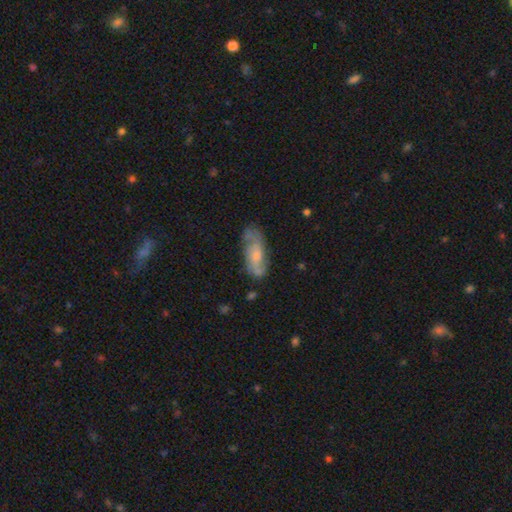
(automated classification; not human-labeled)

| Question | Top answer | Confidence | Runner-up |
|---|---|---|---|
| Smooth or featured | featured or disk | 62% | smooth (31%) |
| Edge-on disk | no | 89% | yes (11%) |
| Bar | no | 63% | weak (31%) |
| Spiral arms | yes | 86% | no (14%) |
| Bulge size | moderate | 43% | small (36%) |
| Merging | none | 66% | minor disturbance (23%) |